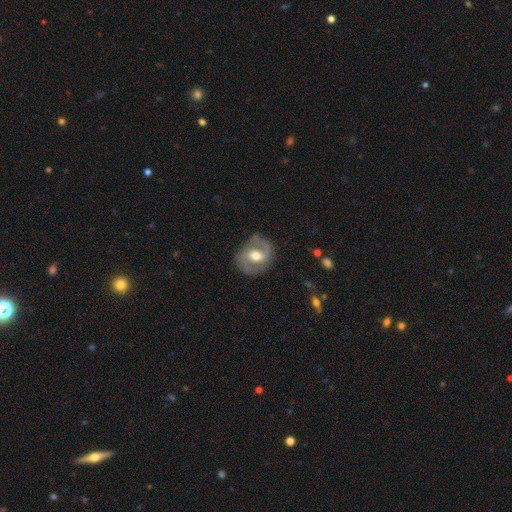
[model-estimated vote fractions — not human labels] A featured or disk galaxy (74%) with a weak bar (46%), 2 (86%) medium (50%) spiral arms (82%) and a moderate central bulge (72%). Merging: none (77%).